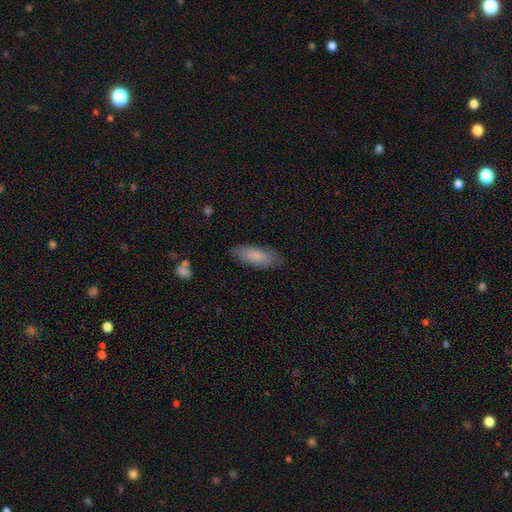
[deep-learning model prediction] smooth_or_featured: smooth (p=0.80) [alt: featured or disk p=0.13]
how_rounded: in between (p=0.66) [alt: cigar-shaped p=0.32]
merging: none (p=0.82) [alt: minor disturbance p=0.14]